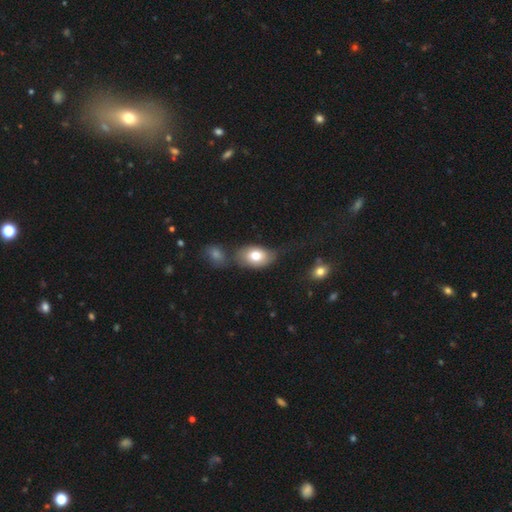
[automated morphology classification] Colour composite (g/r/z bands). It shows a smooth galaxy with no disk features (75%) that is in between round and cigar-shaped (85%). Merging: none (49%).